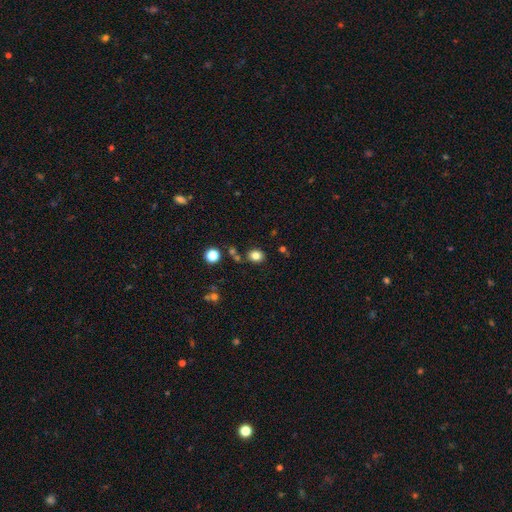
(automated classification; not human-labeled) smooth_or_featured: smooth (p=0.81) [alt: star or artifact p=0.13]
how_rounded: round (p=0.60) [alt: in between p=0.39]
merging: none (p=0.79) [alt: minor disturbance p=0.11]